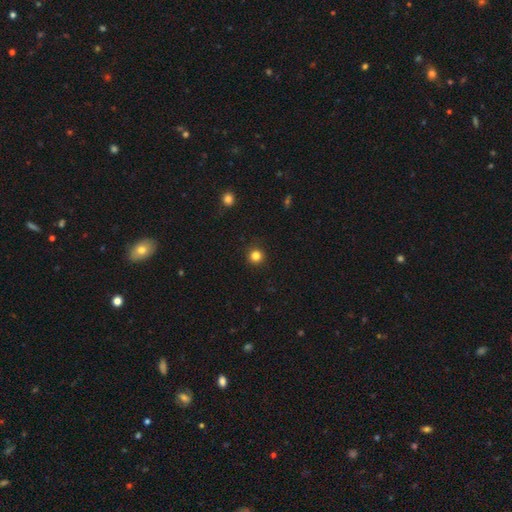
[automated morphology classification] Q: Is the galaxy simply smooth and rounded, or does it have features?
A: smooth — 82%.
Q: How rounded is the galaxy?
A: round — 95%.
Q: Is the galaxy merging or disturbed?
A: none — 92%.